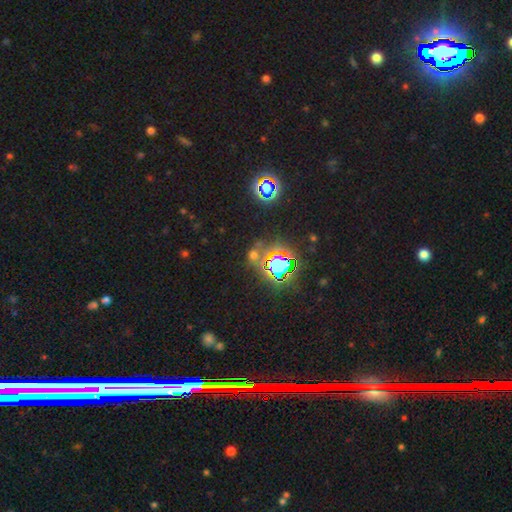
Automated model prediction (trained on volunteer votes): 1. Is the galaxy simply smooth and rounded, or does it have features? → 72% star or artifact, 19% smooth, 9% featured or disk.